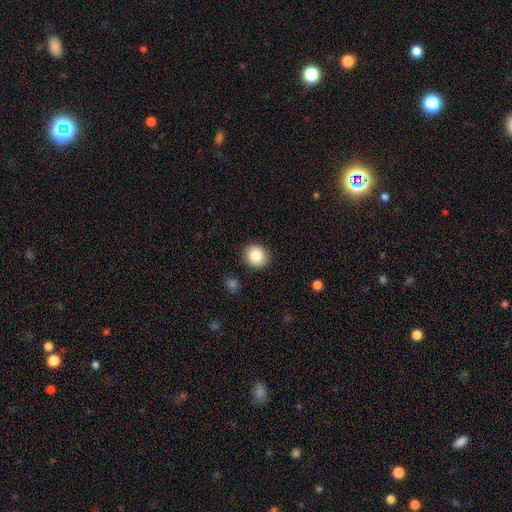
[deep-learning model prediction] smooth-or-featured: smooth: 86% | star or artifact: 8% | featured or disk: 5%
  how-rounded: round: 82% | in between: 17% | cigar-shaped: 1%
  merging: none: 89% | minor disturbance: 7% | major disturbance: 2% | merger: 2%